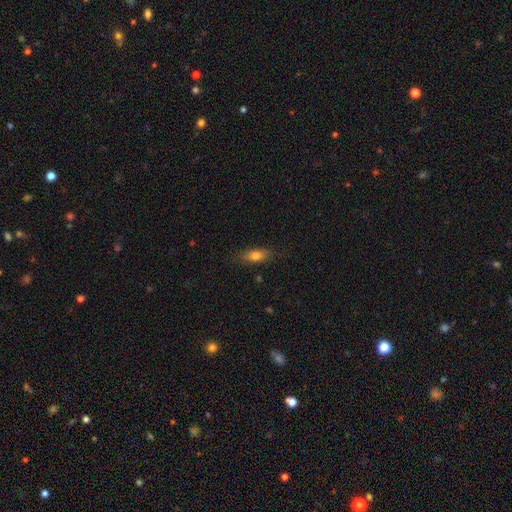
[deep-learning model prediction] The model was most divided on "how rounded": in between: 73%, cigar-shaped: 22%, round: 5%. More confident: merging — none (81%); smooth or featured — smooth (76%).